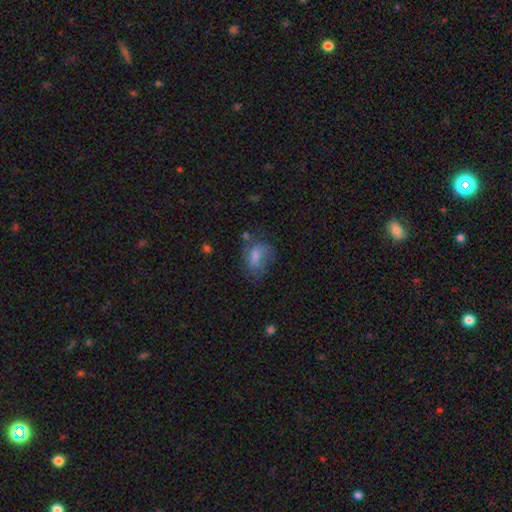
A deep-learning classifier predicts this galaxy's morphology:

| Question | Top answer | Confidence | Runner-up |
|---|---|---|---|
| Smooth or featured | smooth | 56% | featured or disk (32%) |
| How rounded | in between | 78% | round (18%) |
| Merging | none | 49% | minor disturbance (27%) |